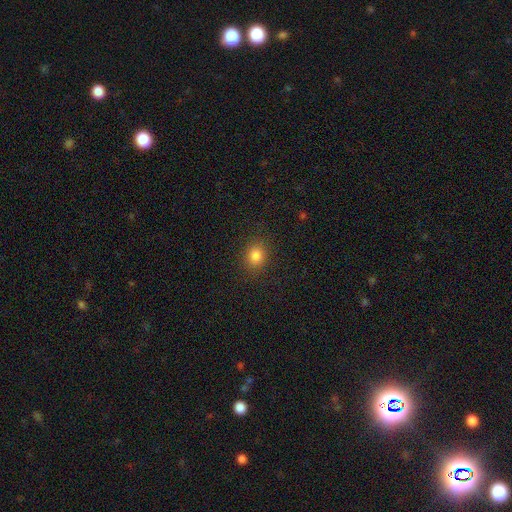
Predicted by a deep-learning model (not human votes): Smooth or featured? smooth (83%)
How rounded? round (62%)
Merging? none (86%)